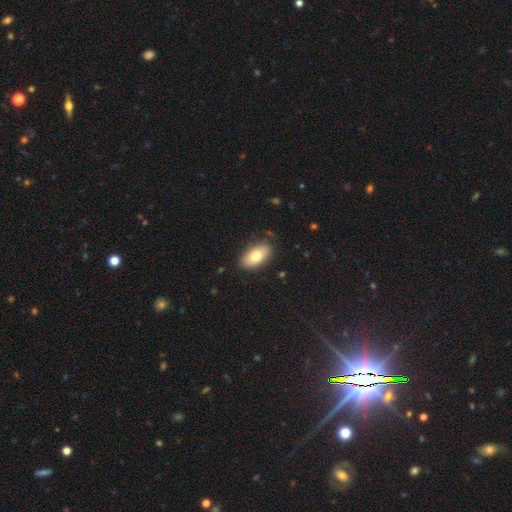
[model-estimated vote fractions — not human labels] Smooth or featured? Predicted: smooth (p=0.76). How rounded? Predicted: in between (p=0.93). Merging? Predicted: none (p=0.84).